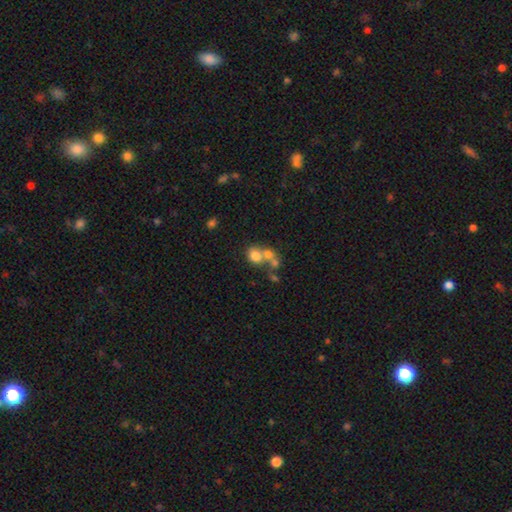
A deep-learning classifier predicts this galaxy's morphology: smooth_or_featured: smooth (p=0.70) [alt: featured or disk p=0.17]
how_rounded: round (p=0.71) [alt: in between p=0.28]
merging: merger (p=0.53) [alt: none p=0.34]